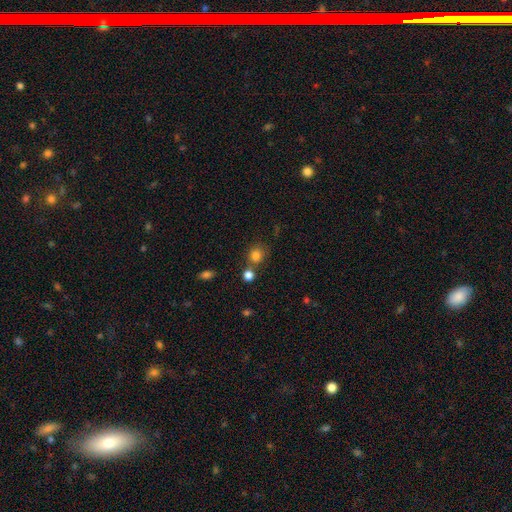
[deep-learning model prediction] Morphology: type=smooth (81%); roundness=round (82%); merging=none (66%).